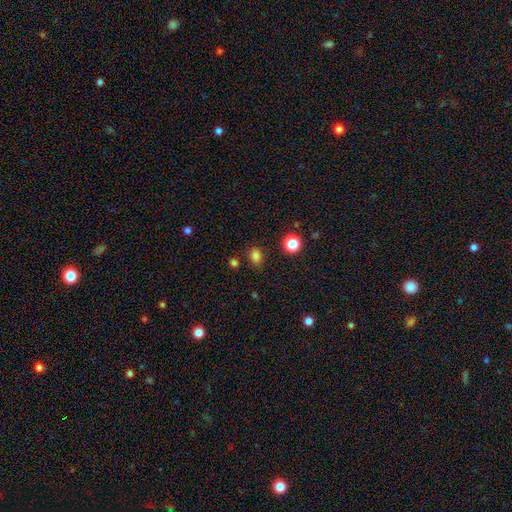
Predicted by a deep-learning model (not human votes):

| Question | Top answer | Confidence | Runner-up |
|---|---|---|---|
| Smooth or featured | smooth | 80% | star or artifact (15%) |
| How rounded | in between | 68% | round (30%) |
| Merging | none | 77% | minor disturbance (14%) |